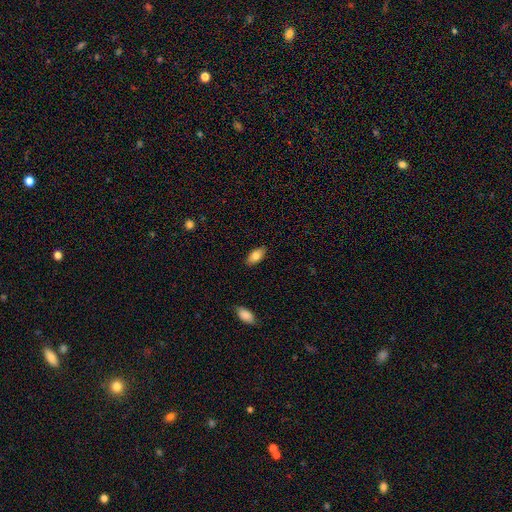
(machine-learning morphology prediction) Smooth or featured? Predicted: smooth (p=0.82). How rounded? Predicted: in between (p=0.92). Merging? Predicted: none (p=0.86).